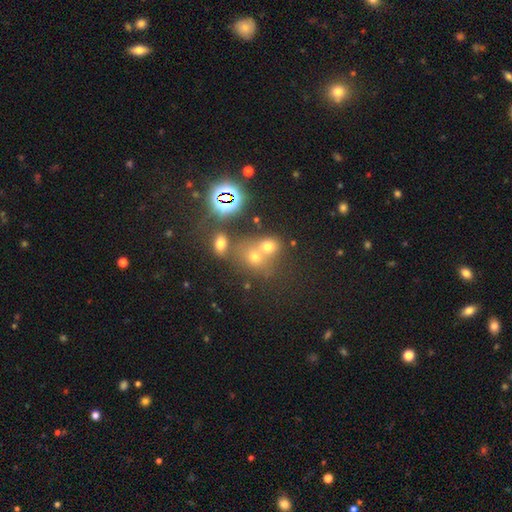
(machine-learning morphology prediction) A smooth galaxy with no disk features (50%) that is round (72%). Merging: merger (45%).